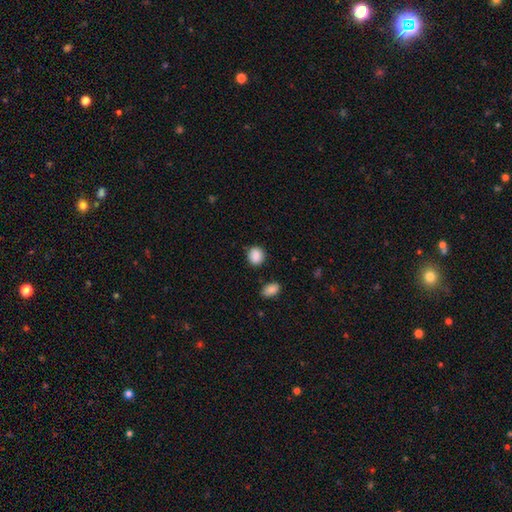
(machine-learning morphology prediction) smooth_or_featured: smooth (p=0.88) [alt: star or artifact p=0.08]
how_rounded: round (p=0.73) [alt: in between p=0.26]
merging: none (p=0.82) [alt: minor disturbance p=0.12]